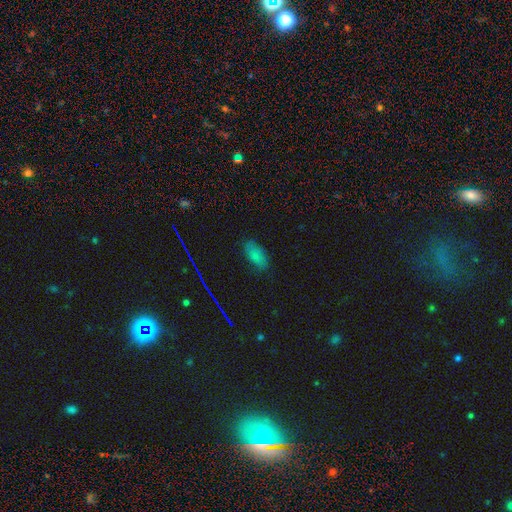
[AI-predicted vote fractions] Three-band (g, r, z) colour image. It shows a smooth galaxy with no disk features (77%) that is in between round and cigar-shaped (93%). Merging: none (78%).